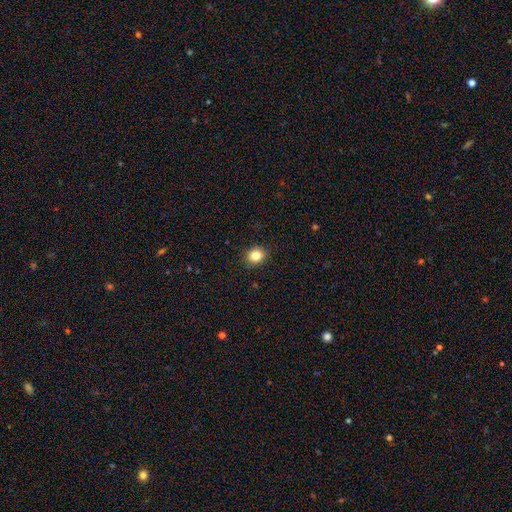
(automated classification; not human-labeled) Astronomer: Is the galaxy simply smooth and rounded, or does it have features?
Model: smooth — 83%.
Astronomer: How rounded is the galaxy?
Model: round — 59% (runner-up: in between, 40%).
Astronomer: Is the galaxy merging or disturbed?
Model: none — 89%.